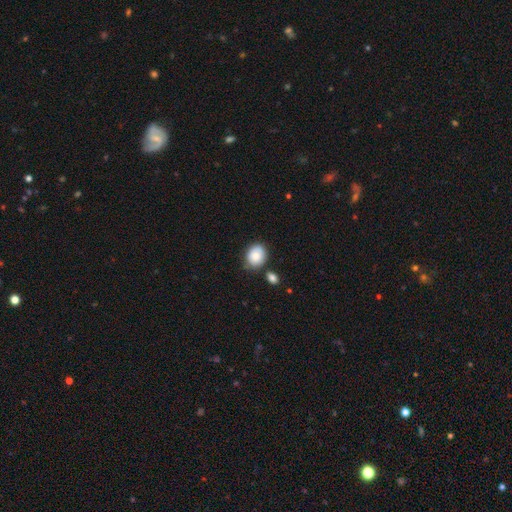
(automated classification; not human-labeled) Q: Smooth or featured?
A: smooth (82%); runner-up: featured or disk (10%)
Q: How rounded?
A: round (57%); runner-up: in between (42%)
Q: Merging?
A: none (69%); runner-up: minor disturbance (18%)